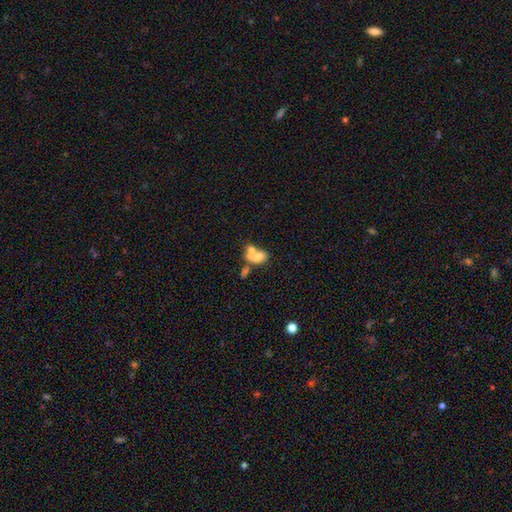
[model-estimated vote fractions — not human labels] Smooth or featured: smooth — 59% (featured or disk — 30%)
How rounded: in between — 78% (round — 19%)
Merging: merger — 65% (none — 17%)